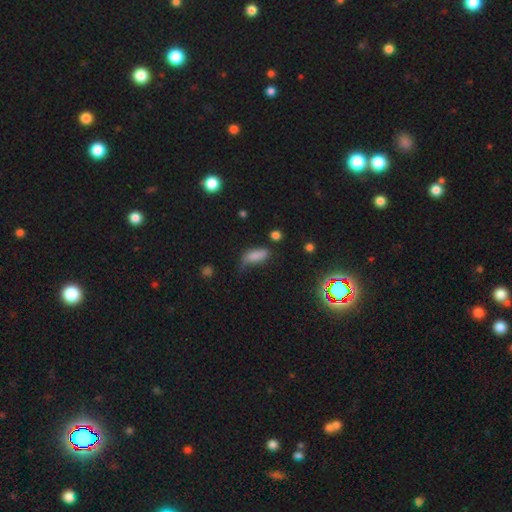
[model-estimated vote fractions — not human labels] Q: Smooth or featured?
A: smooth (77%); runner-up: star or artifact (11%)
Q: How rounded?
A: in between (77%); runner-up: cigar-shaped (19%)
Q: Merging?
A: minor disturbance (38%); runner-up: none (35%)